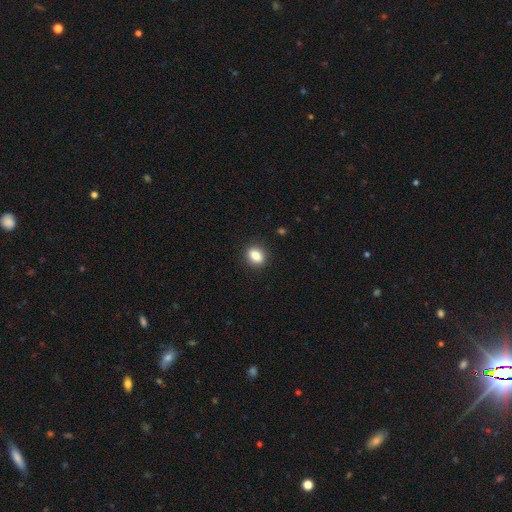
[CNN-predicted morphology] smooth_or_featured: smooth (p=0.85) [alt: star or artifact p=0.09]
how_rounded: in between (p=0.56) [alt: round p=0.43]
merging: none (p=0.90) [alt: minor disturbance p=0.07]